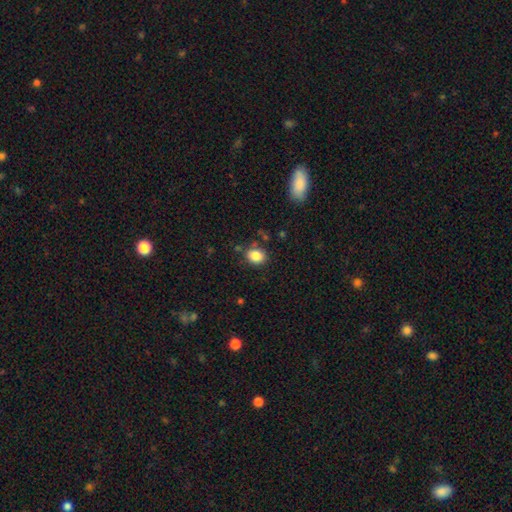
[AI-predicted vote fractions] smooth-or-featured: smooth: 84% | star or artifact: 10% | featured or disk: 5%
  how-rounded: round: 63% | in between: 36% | cigar-shaped: 1%
  merging: none: 79% | minor disturbance: 13% | merger: 4% | major disturbance: 4%